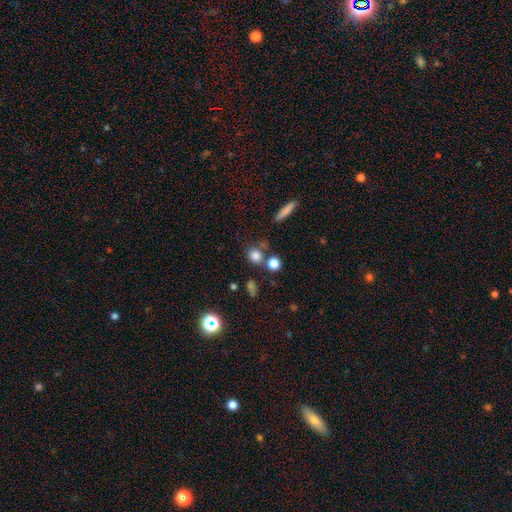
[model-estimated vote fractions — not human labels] A smooth galaxy with no disk features (80%) that is round (82%). Merging: none (68%).